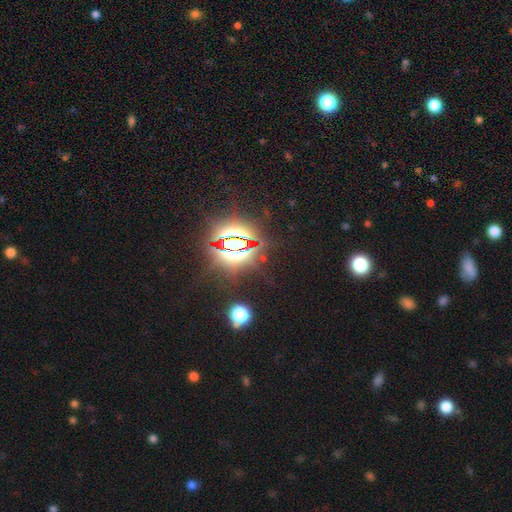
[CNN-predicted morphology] star or artifact 83%, smooth 10%, featured or disk 8%.